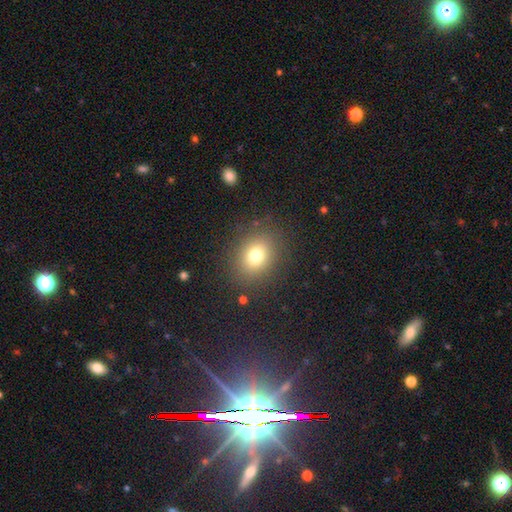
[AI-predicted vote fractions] Q: Smooth or featured?
A: smooth (75%); runner-up: star or artifact (15%)
Q: How rounded?
A: round (59%); runner-up: in between (40%)
Q: Merging?
A: none (85%); runner-up: minor disturbance (9%)